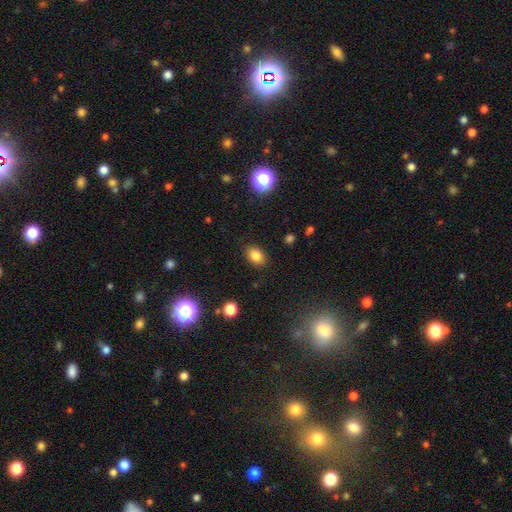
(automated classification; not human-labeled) Smooth or featured? Predicted: smooth (p=0.83). How rounded? Predicted: in between (p=0.76). Merging? Predicted: none (p=0.87).